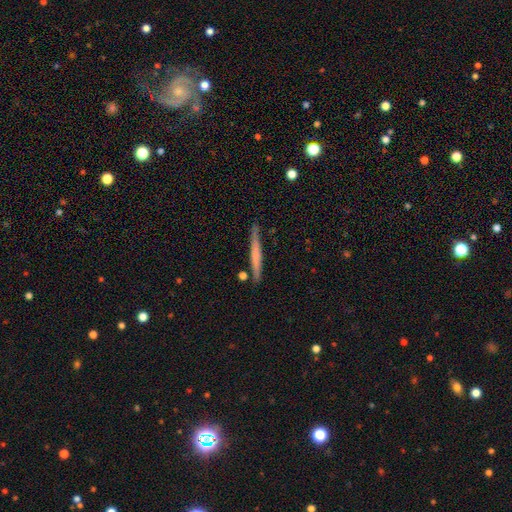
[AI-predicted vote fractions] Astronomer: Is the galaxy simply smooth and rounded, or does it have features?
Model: smooth — 52% (runner-up: featured or disk, 42%).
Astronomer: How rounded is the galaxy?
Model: cigar-shaped — 96%.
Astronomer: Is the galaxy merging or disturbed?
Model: none — 84%.